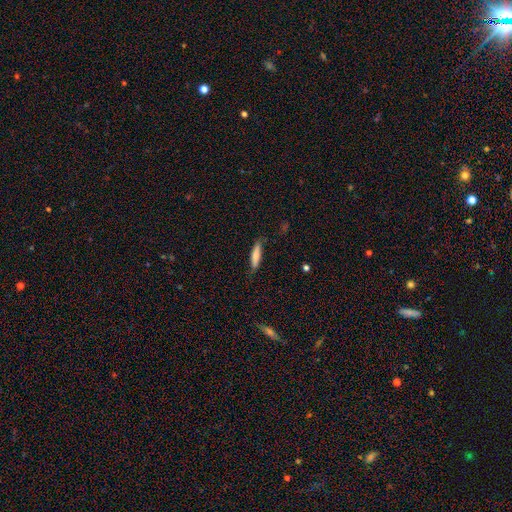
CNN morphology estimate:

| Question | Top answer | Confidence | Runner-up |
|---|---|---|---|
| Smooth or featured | smooth | 77% | featured or disk (17%) |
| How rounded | cigar-shaped | 81% | in between (18%) |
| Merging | none | 81% | minor disturbance (15%) |